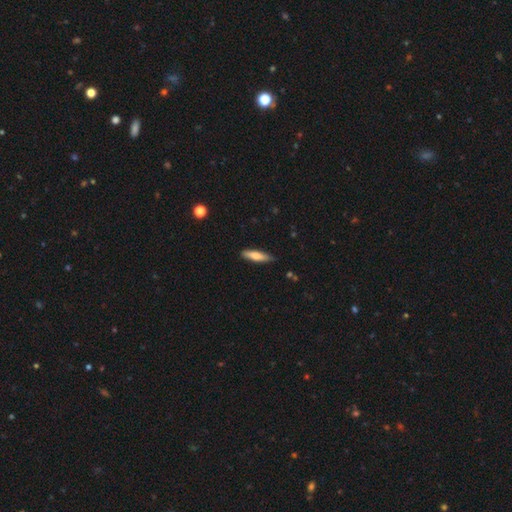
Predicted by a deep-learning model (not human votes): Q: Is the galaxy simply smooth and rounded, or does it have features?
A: smooth — 70%.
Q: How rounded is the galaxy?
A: cigar-shaped — 71%.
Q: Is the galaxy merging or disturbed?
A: none — 81%.